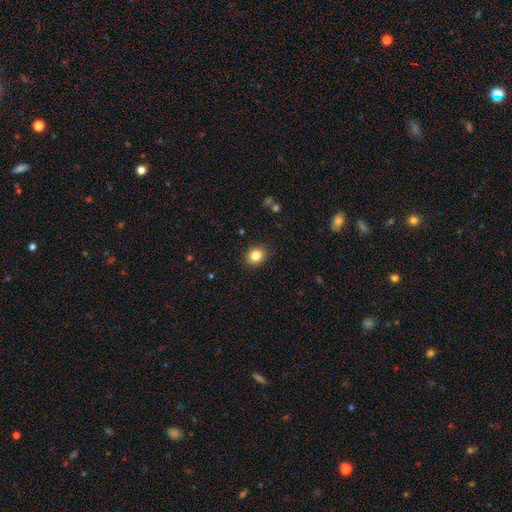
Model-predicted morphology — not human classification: This is clearly a smooth galaxy (84%). How rounded: likely round (62%). Merging: clearly none (89%).